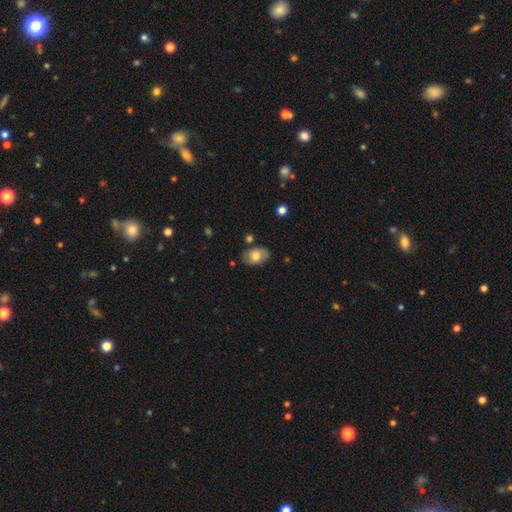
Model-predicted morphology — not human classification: This appears to be a smooth galaxy with no disk features (68%) that is in between round and cigar-shaped (87%). Merging: none (77%).